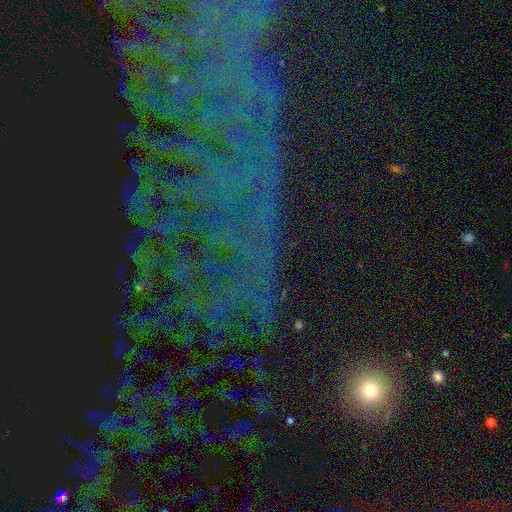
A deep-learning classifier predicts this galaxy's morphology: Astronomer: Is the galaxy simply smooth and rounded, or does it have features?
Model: star or artifact — 59%.